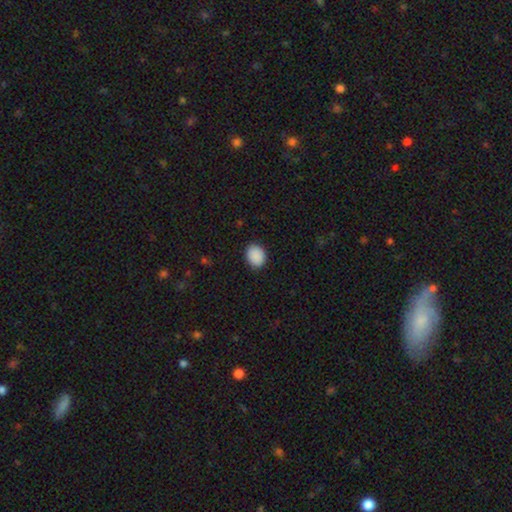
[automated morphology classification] type=smooth (90%); roundness=in between (55%); merging=none (88%).